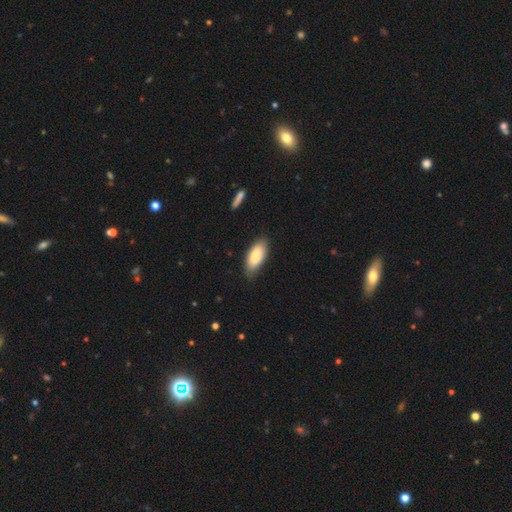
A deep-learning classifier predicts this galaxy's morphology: Smooth or featured: smooth — 83% (featured or disk — 12%)
How rounded: in between — 86% (cigar-shaped — 12%)
Merging: none — 78% (minor disturbance — 18%)